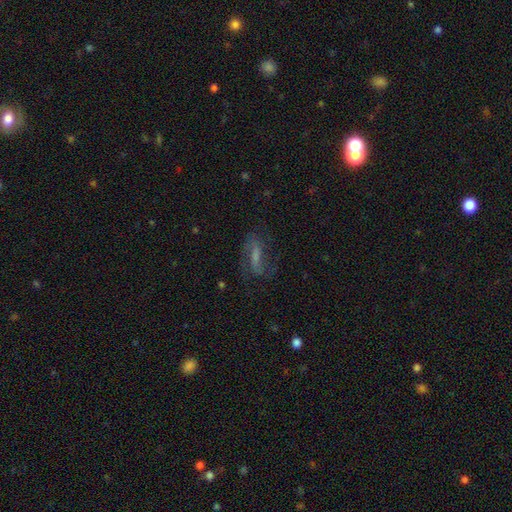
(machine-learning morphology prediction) Overall: featured or disk (51%; smooth 30%). Edge-on disk: no (80%). Merging: none (67%).